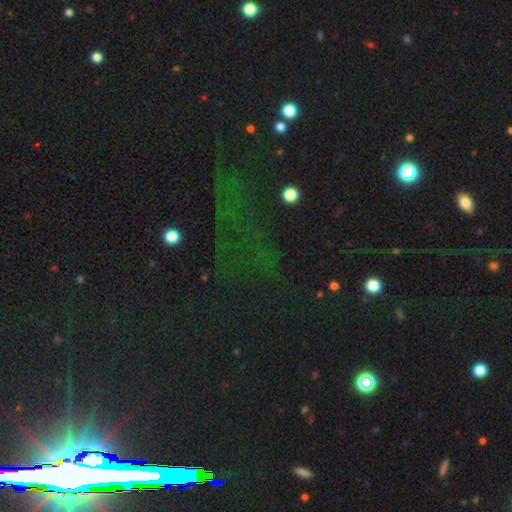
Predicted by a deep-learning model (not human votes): A star or artifact, not a galaxy (72%).